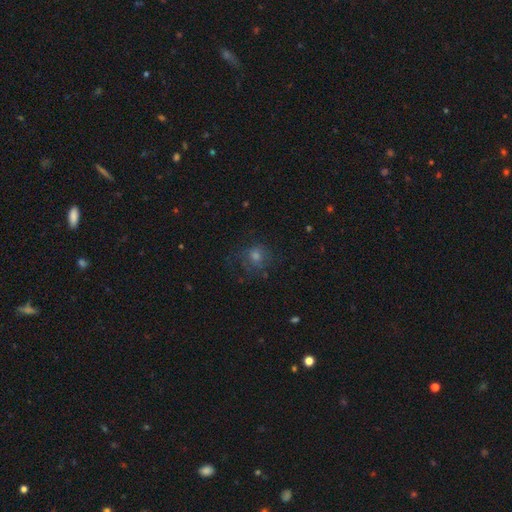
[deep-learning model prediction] smooth 54%, star or artifact 24%, featured or disk 22%. Down the decision tree: how rounded — round (82%); merging — none (68%).